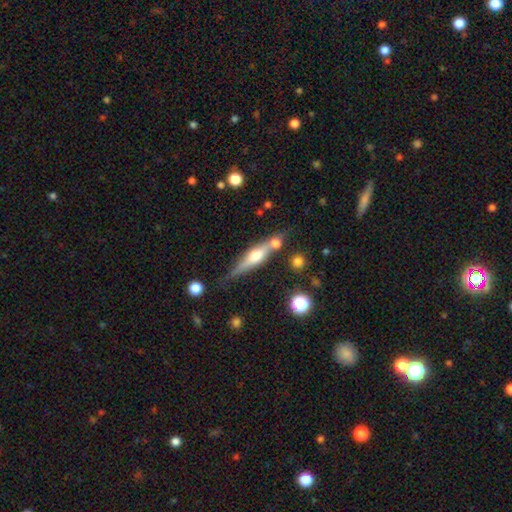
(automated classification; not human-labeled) This appears to be a featured or disk galaxy (62%) viewed edge-on (94%) with a rounded central bulge (88%). Merging: none (66%).